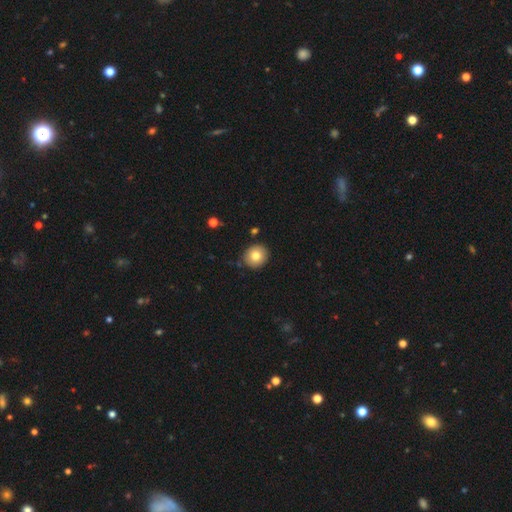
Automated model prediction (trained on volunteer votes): A smooth galaxy with no disk features (79%) that is round (86%).

Vote fractions:
- Smooth or featured? smooth: 79% / featured or disk: 11% / star or artifact: 9%
- How rounded? round: 86% / in between: 13% / cigar-shaped: 1%
- Merging? none: 87% / minor disturbance: 9% / merger: 2% / major disturbance: 2%